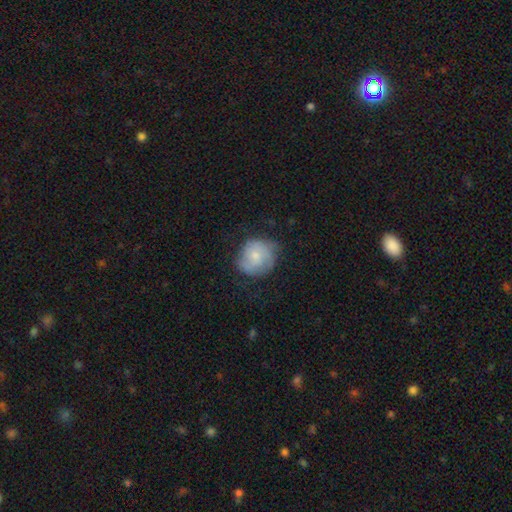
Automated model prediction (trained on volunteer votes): This is possibly a smooth galaxy (58%). How rounded: likely round (79%). Merging: possibly none (60%).